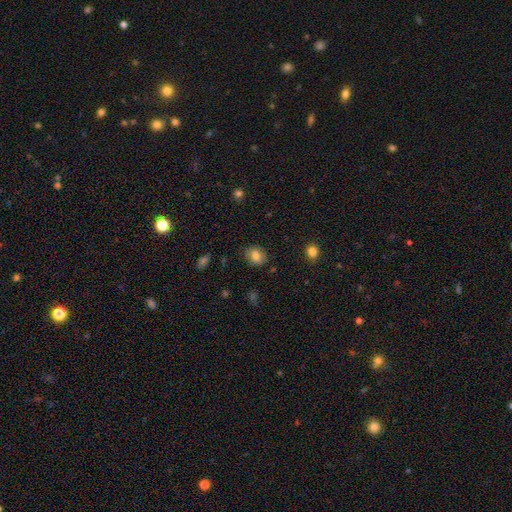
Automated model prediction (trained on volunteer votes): smooth-or-featured: smooth: 81% | star or artifact: 9% | featured or disk: 9%
  how-rounded: round: 63% | in between: 37% | cigar-shaped: 1%
  merging: none: 87% | minor disturbance: 9% | major disturbance: 2% | merger: 1%